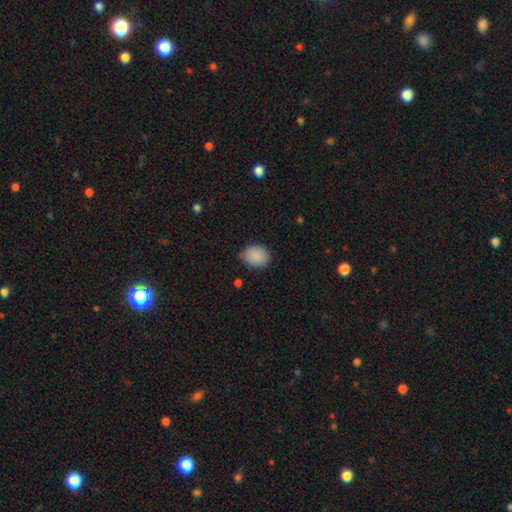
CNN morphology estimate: Smooth or featured: smooth — 89% (star or artifact — 8%)
How rounded: round — 52% (in between — 47%)
Merging: none — 80% (minor disturbance — 15%)